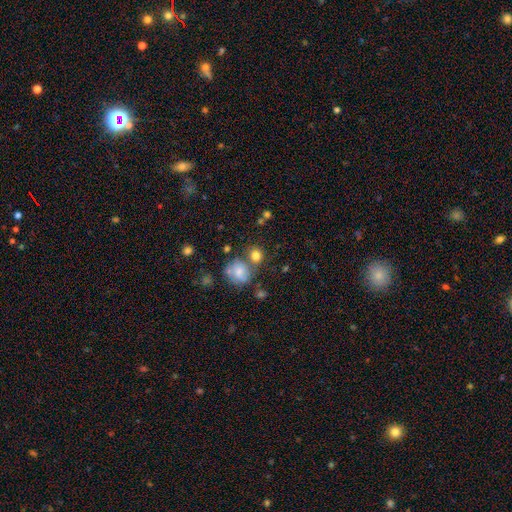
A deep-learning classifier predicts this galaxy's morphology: Smooth or featured? Predicted: smooth (p=0.79). How rounded? Predicted: round (p=0.80). Merging? Predicted: none (p=0.60).